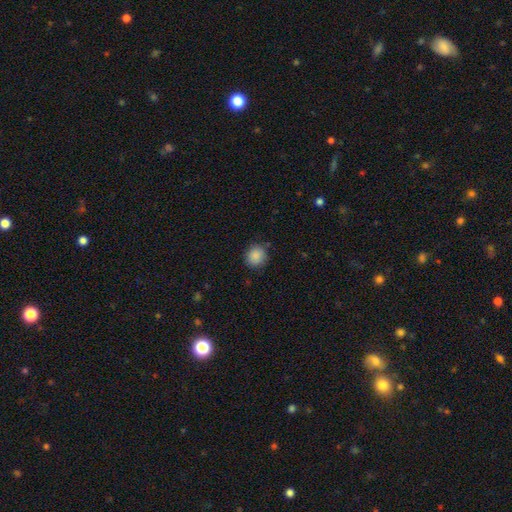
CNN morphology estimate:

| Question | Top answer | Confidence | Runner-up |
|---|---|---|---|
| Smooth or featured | smooth | 88% | star or artifact (9%) |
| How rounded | round | 81% | in between (18%) |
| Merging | none | 82% | minor disturbance (14%) |